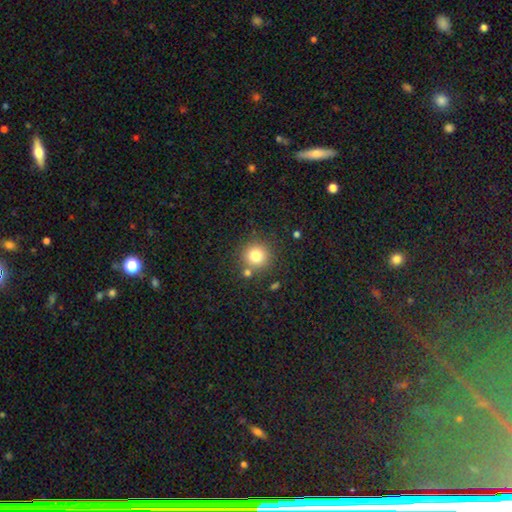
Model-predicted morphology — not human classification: A smooth galaxy with no disk features (79%) that is round (94%).

Vote fractions:
- Smooth or featured? smooth: 79% / star or artifact: 13% / featured or disk: 8%
- How rounded? round: 94% / in between: 5% / cigar-shaped: 1%
- Merging? none: 81% / merger: 8% / minor disturbance: 8% / major disturbance: 3%